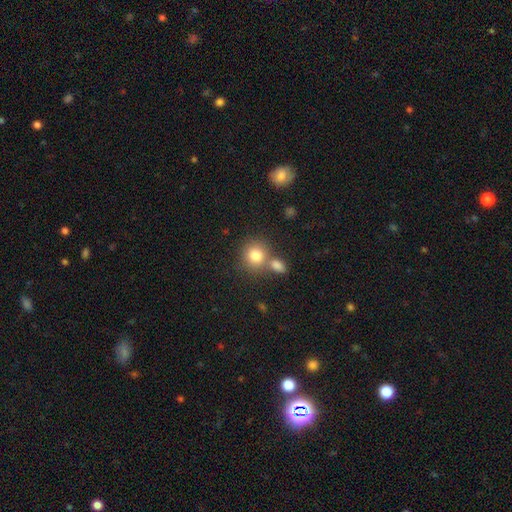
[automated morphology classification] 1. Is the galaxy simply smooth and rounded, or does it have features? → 81% smooth, 10% star or artifact, 9% featured or disk.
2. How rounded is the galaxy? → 83% round, 16% in between, 1% cigar-shaped.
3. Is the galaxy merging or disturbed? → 57% none, 31% merger, 9% minor disturbance, 4% major disturbance.